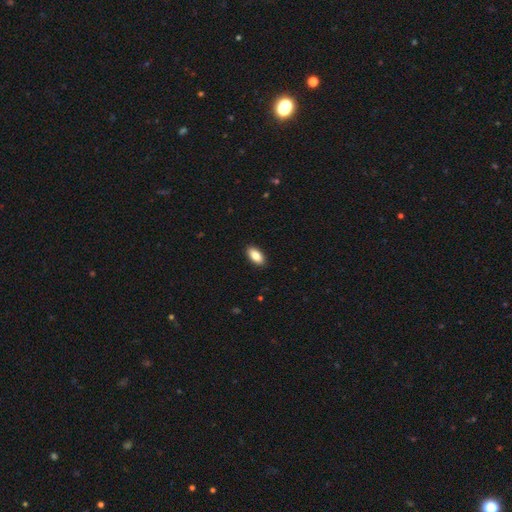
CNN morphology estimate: A smooth galaxy with no disk features (85%) that is in between round and cigar-shaped (92%). Merging: none (90%).